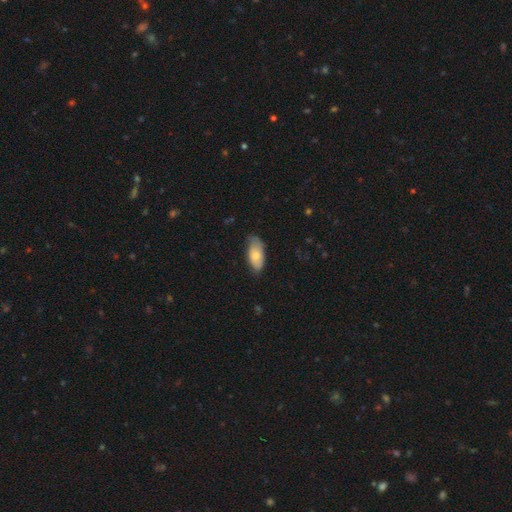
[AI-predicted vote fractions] This is likely a smooth galaxy (76%). How rounded: clearly in between (89%). Merging: likely none (61%).